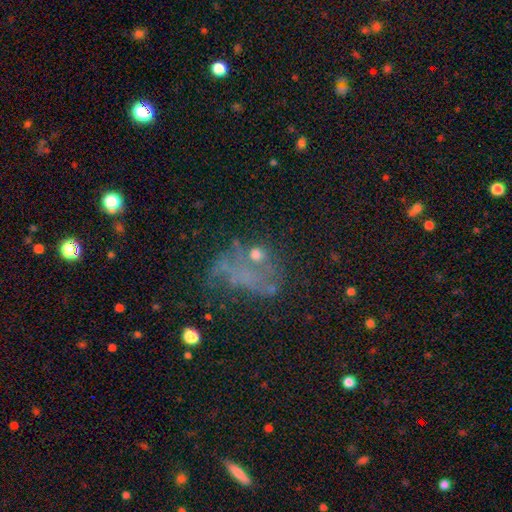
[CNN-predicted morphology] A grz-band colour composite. It shows a featured or disk galaxy (43%). Merging: major disturbance (37%).